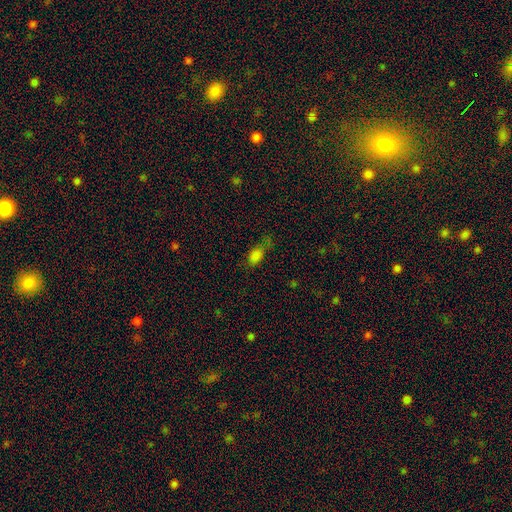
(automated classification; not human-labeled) This is likely a smooth galaxy (79%). How rounded: clearly in between (86%). Merging: possibly none (52%).